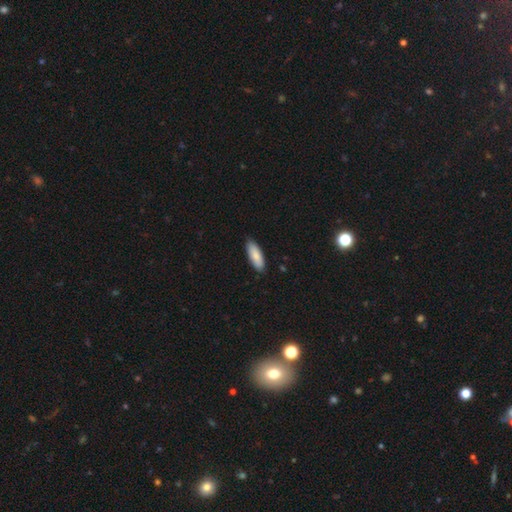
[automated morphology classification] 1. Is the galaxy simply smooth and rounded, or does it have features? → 85% smooth, 9% featured or disk, 5% star or artifact.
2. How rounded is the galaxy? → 66% in between, 32% cigar-shaped, 2% round.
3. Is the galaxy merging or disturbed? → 87% none, 11% minor disturbance, 2% major disturbance, 1% merger.